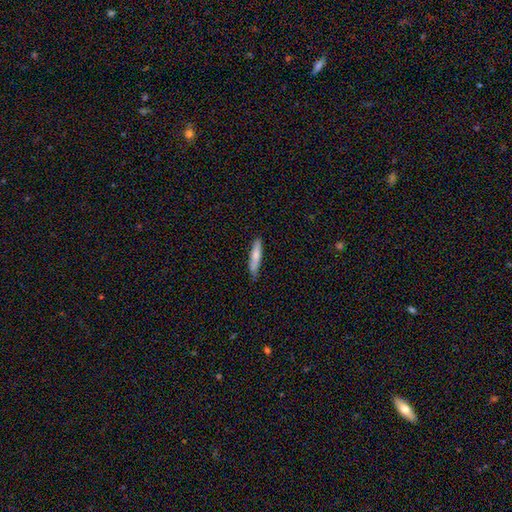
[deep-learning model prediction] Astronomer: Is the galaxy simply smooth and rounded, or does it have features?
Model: smooth — 75%.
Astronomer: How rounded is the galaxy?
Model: cigar-shaped — 83%.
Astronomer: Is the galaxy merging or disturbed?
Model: none — 74%.